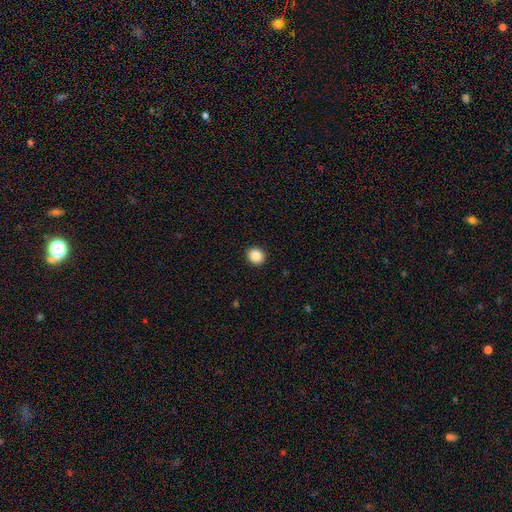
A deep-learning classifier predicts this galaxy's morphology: Smooth or featured? Predicted: smooth (p=0.86). How rounded? Predicted: round (p=0.83). Merging? Predicted: none (p=0.93).